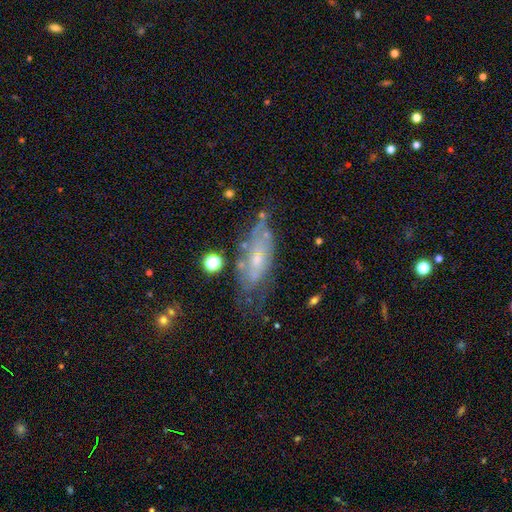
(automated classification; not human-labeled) The model was most divided on "smooth or featured": featured or disk: 62%, smooth: 23%, star or artifact: 15%. More confident: edge-on disk — no (73%); merging — none (65%).